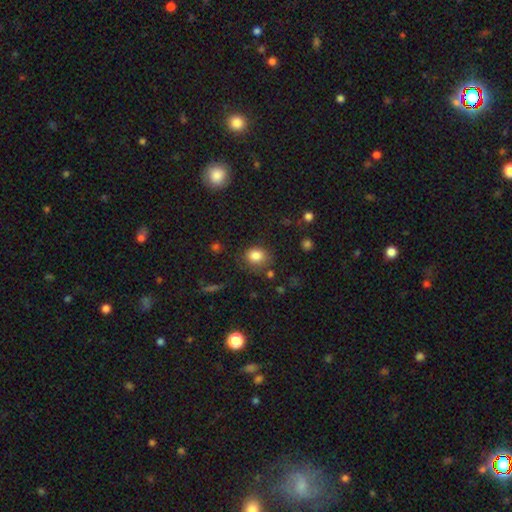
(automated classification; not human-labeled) Overall: smooth (83%). How rounded: round (62%; in between 37%). Merging: none (74%).